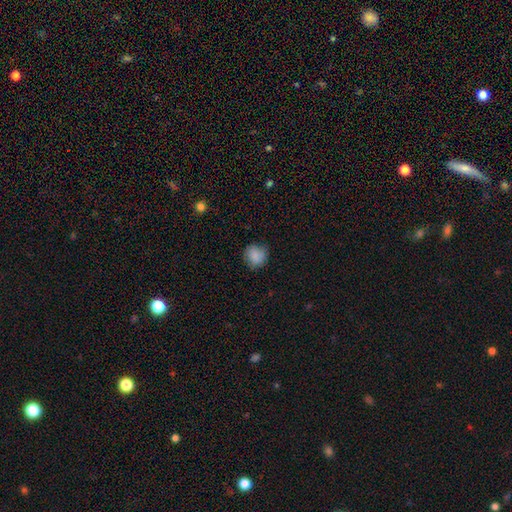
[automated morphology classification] smooth 86%, star or artifact 8%, featured or disk 6%. Down the decision tree: how rounded — round (82%); merging — none (78%).